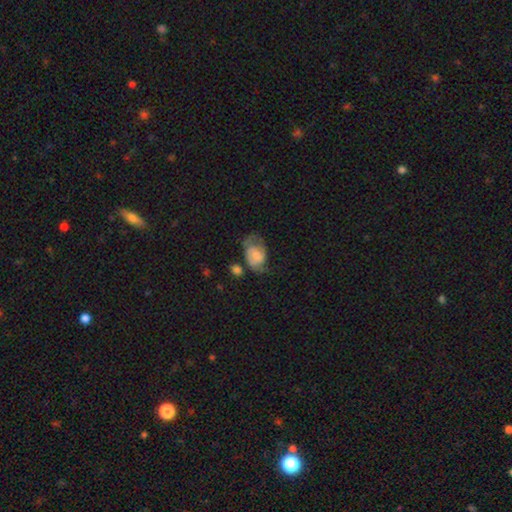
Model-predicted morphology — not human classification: This appears to be a smooth galaxy with no disk features (50%) that is in between round and cigar-shaped (78%). Merging: major disturbance (31%).